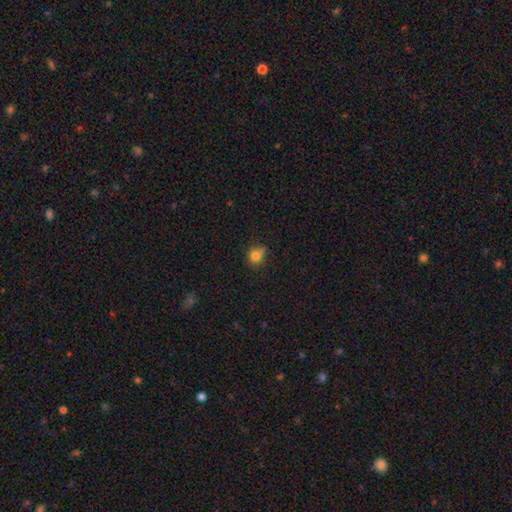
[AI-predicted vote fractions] This is clearly a smooth galaxy (80%). How rounded: likely round (78%). Merging: possibly none (60%).